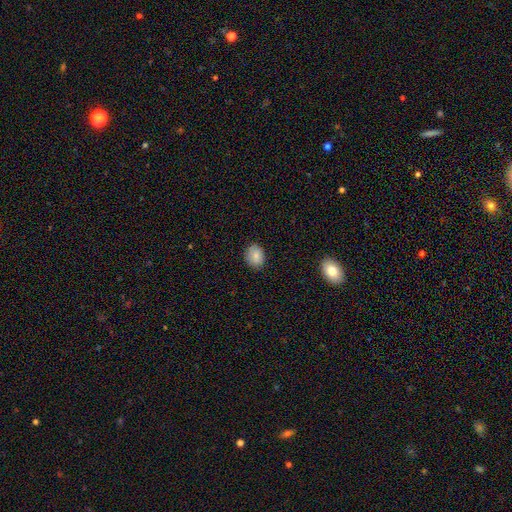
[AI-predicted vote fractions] Smooth or featured: smooth — 82% (featured or disk — 9%)
How rounded: in between — 55% (round — 44%)
Merging: none — 83% (minor disturbance — 14%)